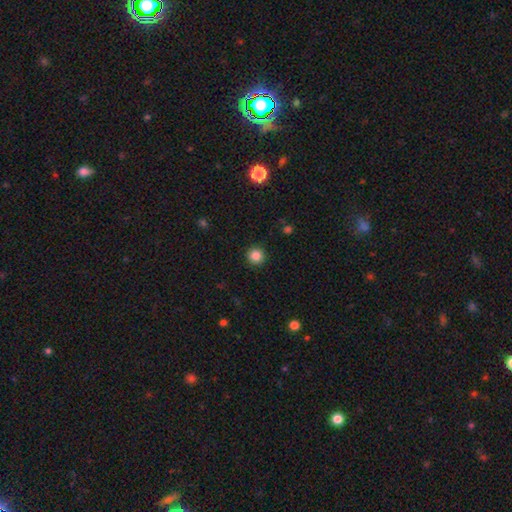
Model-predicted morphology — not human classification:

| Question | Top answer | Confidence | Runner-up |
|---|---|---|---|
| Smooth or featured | smooth | 85% | star or artifact (11%) |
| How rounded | round | 95% | in between (4%) |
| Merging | none | 92% | minor disturbance (5%) |